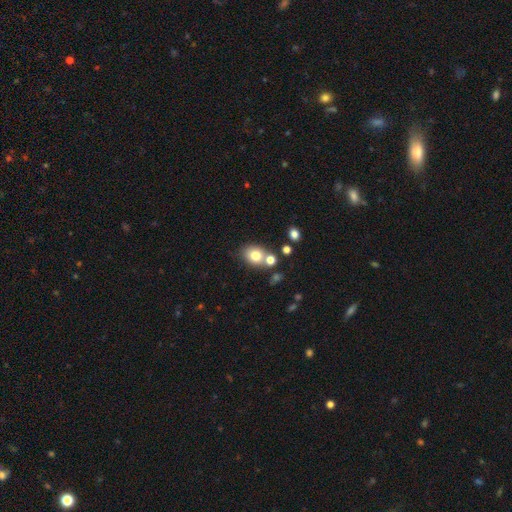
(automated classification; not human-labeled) smooth-or-featured: smooth: 77% | featured or disk: 12% | star or artifact: 11%
  how-rounded: round: 52% | in between: 47% | cigar-shaped: 1%
  merging: none: 60% | merger: 24% | minor disturbance: 12% | major disturbance: 4%